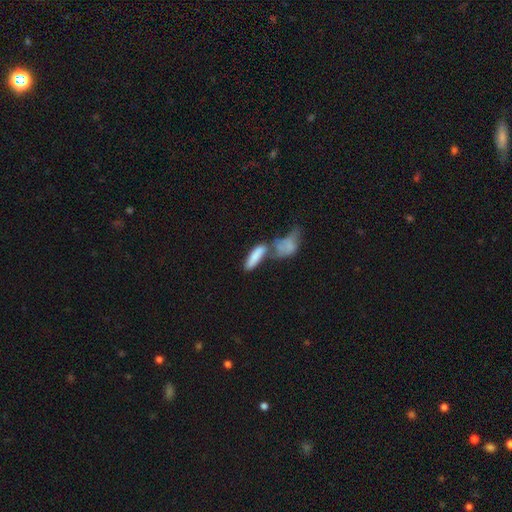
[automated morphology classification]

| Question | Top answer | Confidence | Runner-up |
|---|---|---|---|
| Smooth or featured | smooth | 77% | featured or disk (16%) |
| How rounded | in between | 57% | cigar-shaped (40%) |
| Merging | merger | 58% | none (22%) |